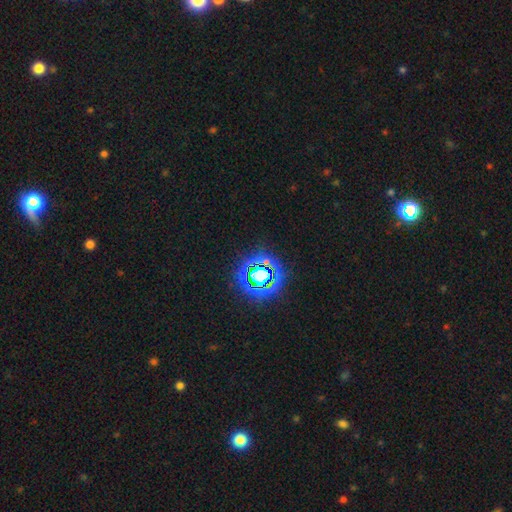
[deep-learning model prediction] smooth-or-featured: star or artifact: 81% | smooth: 12% | featured or disk: 6%